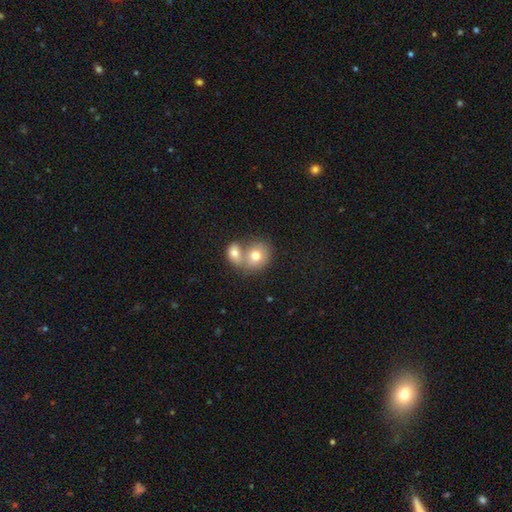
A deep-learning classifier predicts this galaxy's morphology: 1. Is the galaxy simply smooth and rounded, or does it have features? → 74% smooth, 17% featured or disk, 9% star or artifact.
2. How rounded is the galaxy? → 64% round, 35% in between, 1% cigar-shaped.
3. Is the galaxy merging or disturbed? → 63% merger, 28% none, 7% minor disturbance, 3% major disturbance.